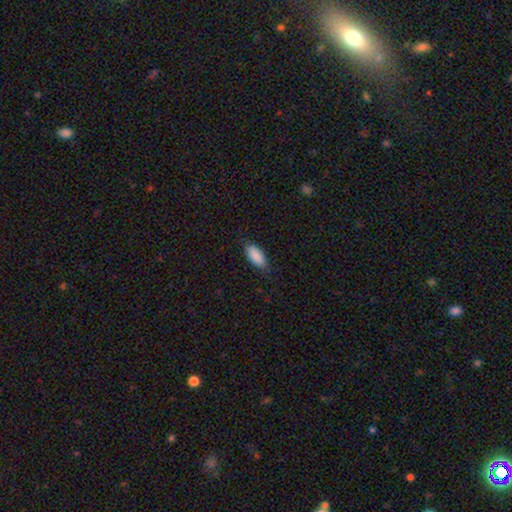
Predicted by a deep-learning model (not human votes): Smooth or featured?
  - smooth: 90% *
  - star or artifact: 6%
  - featured or disk: 4%
How rounded?
  - in between: 86% *
  - cigar-shaped: 12%
  - round: 2%
Merging?
  - none: 81% *
  - minor disturbance: 15%
  - major disturbance: 3%
  - merger: 1%